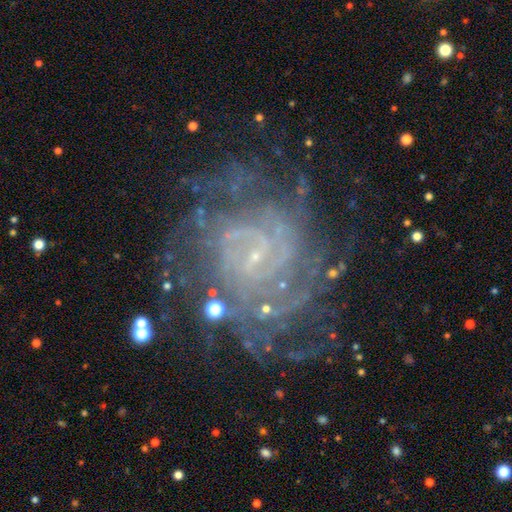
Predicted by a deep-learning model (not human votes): featured or disk 87%, star or artifact 8%, smooth 5%. Down the decision tree: edge-on disk — no (98%); bar — no (46%); spiral arms — yes (97%); spiral arm count — can't tell (28%); spiral winding — tight (69%); bulge size — small (85%); merging — none (69%).